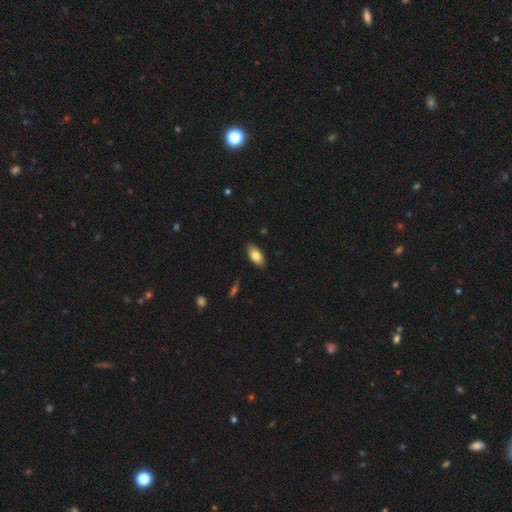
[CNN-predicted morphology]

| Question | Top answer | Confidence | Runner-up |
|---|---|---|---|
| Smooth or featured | smooth | 78% | featured or disk (16%) |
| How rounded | in between | 91% | cigar-shaped (6%) |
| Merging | none | 87% | minor disturbance (10%) |